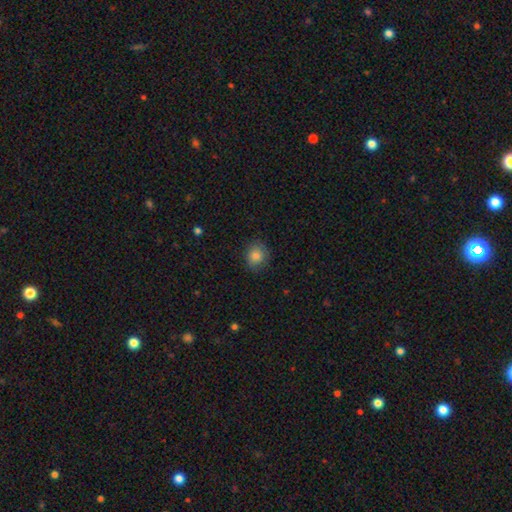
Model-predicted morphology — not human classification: Smooth or featured? Predicted: smooth (p=0.83). How rounded? Predicted: round (p=0.73). Merging? Predicted: none (p=0.81).